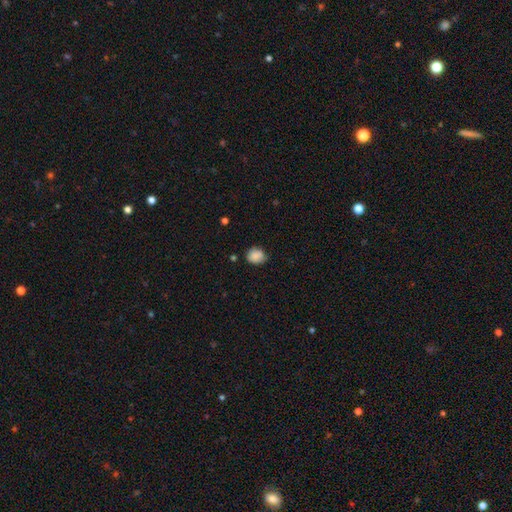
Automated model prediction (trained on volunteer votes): Smooth or featured: smooth — 85% (star or artifact — 9%)
How rounded: round — 65% (in between — 34%)
Merging: none — 66% (minor disturbance — 25%)